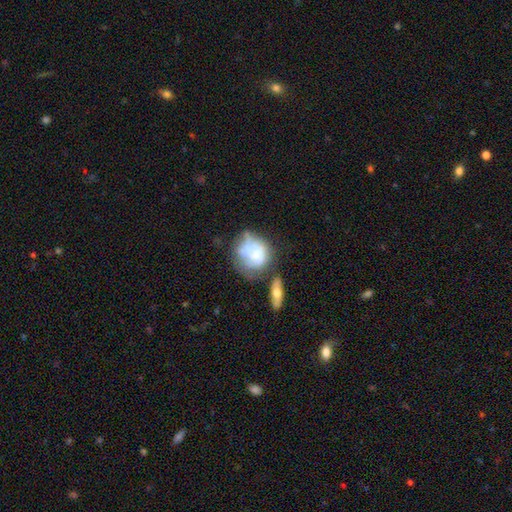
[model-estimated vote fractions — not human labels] Morphology: type=smooth (50%); roundness=round (67%); merging=none (32%).